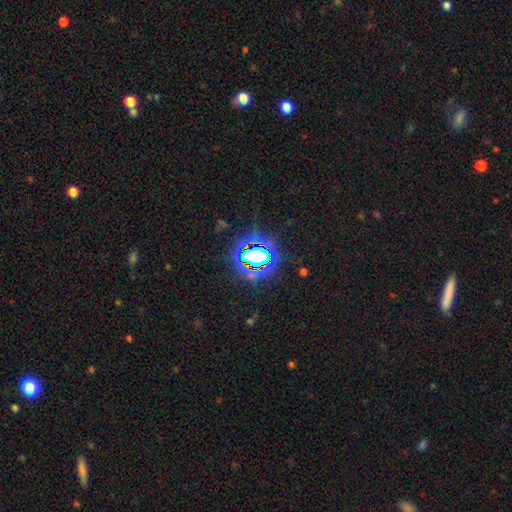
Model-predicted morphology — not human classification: smooth_or_featured: star or artifact (p=0.74) [alt: smooth p=0.15]